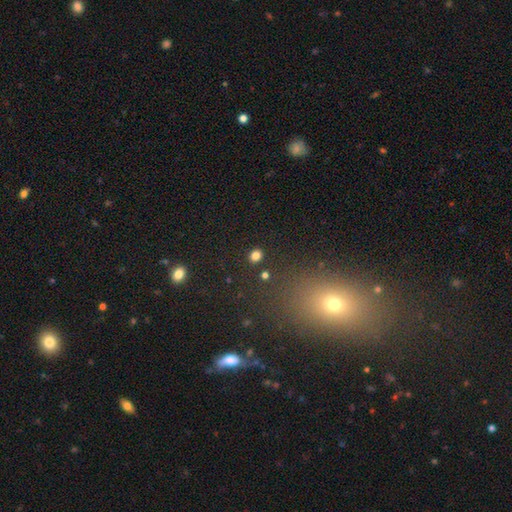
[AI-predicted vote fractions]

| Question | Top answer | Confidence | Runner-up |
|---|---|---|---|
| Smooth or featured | smooth | 81% | star or artifact (14%) |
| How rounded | round | 68% | in between (31%) |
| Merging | none | 88% | minor disturbance (7%) |